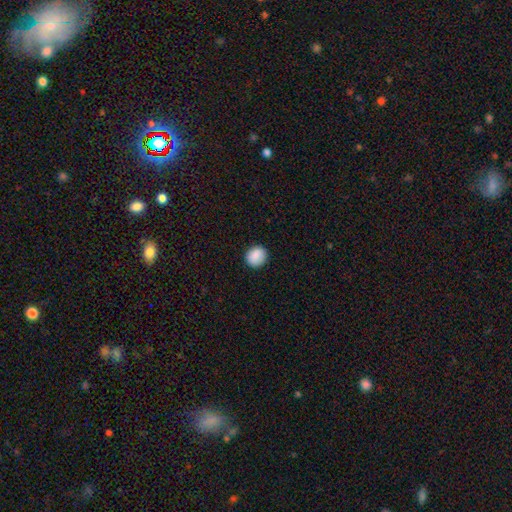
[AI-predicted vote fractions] smooth-or-featured: smooth: 88% | star or artifact: 8% | featured or disk: 4%
  how-rounded: round: 80% | in between: 19% | cigar-shaped: 1%
  merging: none: 88% | minor disturbance: 9% | major disturbance: 2% | merger: 1%